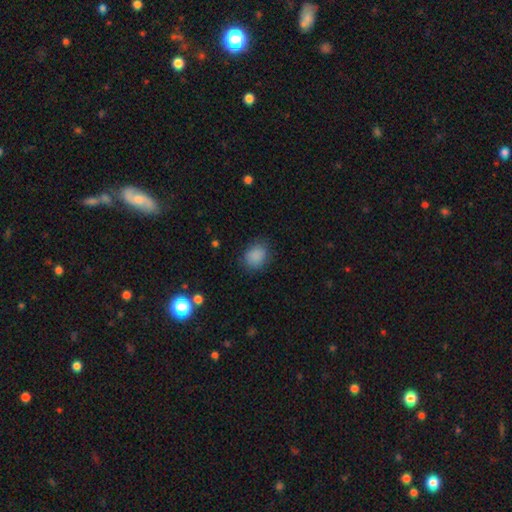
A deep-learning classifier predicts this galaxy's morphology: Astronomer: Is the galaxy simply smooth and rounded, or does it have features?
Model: smooth — 85%.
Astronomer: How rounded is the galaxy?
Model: round — 50% (runner-up: in between, 49%).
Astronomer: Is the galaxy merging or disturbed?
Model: none — 79%.